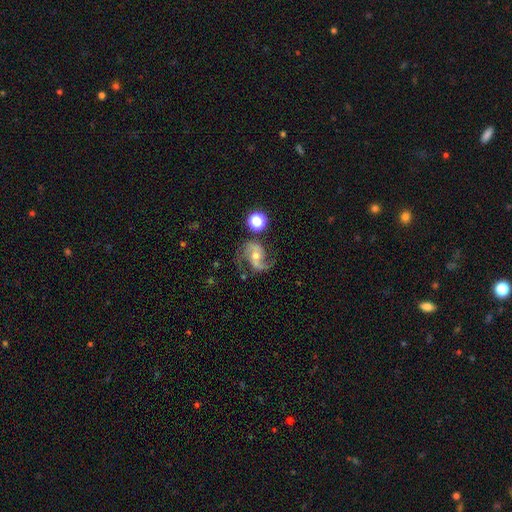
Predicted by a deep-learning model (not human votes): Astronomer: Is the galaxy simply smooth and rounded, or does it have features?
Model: featured or disk — 87%.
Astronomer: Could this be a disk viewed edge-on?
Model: no — 98%.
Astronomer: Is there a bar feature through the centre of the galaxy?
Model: no — 49% (runner-up: weak, 35%).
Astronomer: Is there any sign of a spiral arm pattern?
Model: yes — 97%.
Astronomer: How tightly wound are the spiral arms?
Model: medium — 49% (runner-up: loose, 39%).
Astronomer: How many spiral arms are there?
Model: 2 — 90%.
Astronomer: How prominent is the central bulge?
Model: moderate — 58% (runner-up: small, 37%).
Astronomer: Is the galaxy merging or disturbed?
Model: none — 70%.